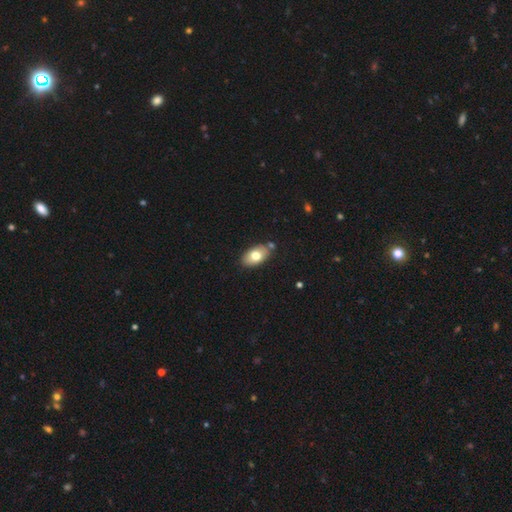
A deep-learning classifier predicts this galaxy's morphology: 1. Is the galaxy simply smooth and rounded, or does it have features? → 73% smooth, 20% featured or disk, 7% star or artifact.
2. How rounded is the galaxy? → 92% in between, 6% round, 2% cigar-shaped.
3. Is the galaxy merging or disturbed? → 79% none, 13% minor disturbance, 6% merger, 3% major disturbance.